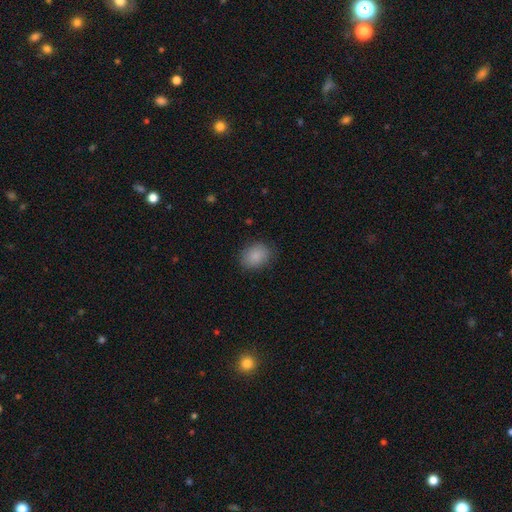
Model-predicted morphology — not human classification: A smooth galaxy with no disk features (87%) that is in between round and cigar-shaped (55%). Merging: none (83%).